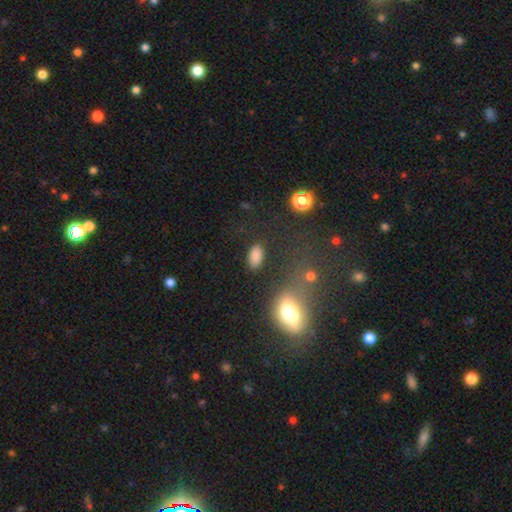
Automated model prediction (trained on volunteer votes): A smooth galaxy with no disk features (85%) that is in between round and cigar-shaped (92%). Merging: none (84%).